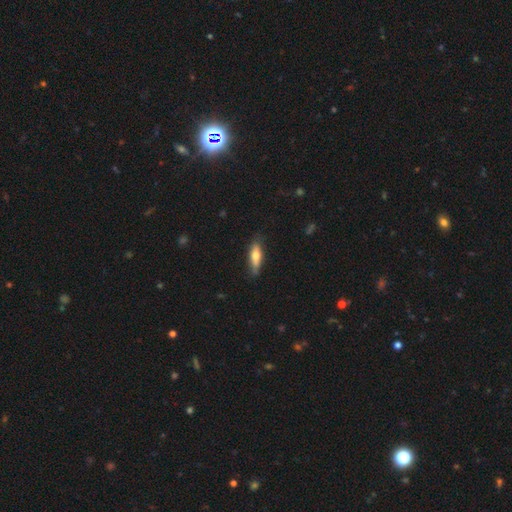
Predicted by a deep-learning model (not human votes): Smooth or featured? Predicted: smooth (p=0.63). How rounded? Predicted: cigar-shaped (p=0.54). Merging? Predicted: none (p=0.78).